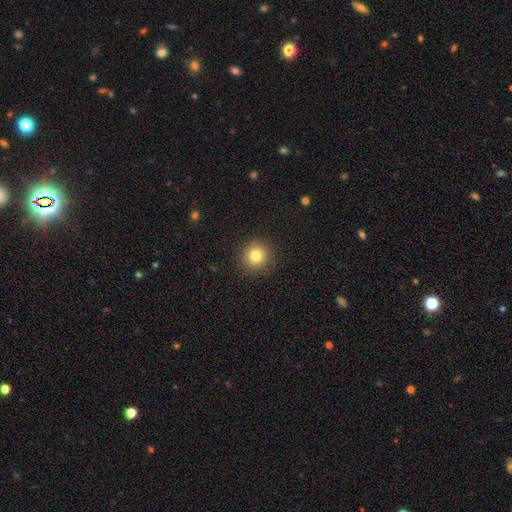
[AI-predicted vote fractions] A smooth galaxy with no disk features (80%) that is round (93%).

Vote fractions:
- Smooth or featured? smooth: 80% / star or artifact: 12% / featured or disk: 8%
- How rounded? round: 93% / in between: 6% / cigar-shaped: 1%
- Merging? none: 91% / minor disturbance: 6% / major disturbance: 2% / merger: 1%